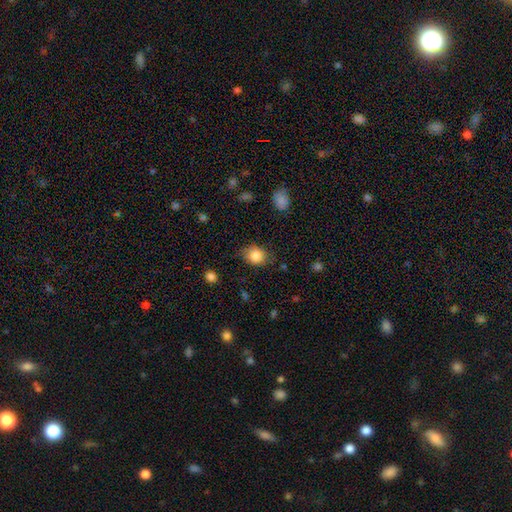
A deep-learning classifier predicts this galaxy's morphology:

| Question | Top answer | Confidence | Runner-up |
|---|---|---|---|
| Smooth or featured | smooth | 85% | star or artifact (9%) |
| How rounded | round | 61% | in between (38%) |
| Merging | none | 76% | minor disturbance (18%) |